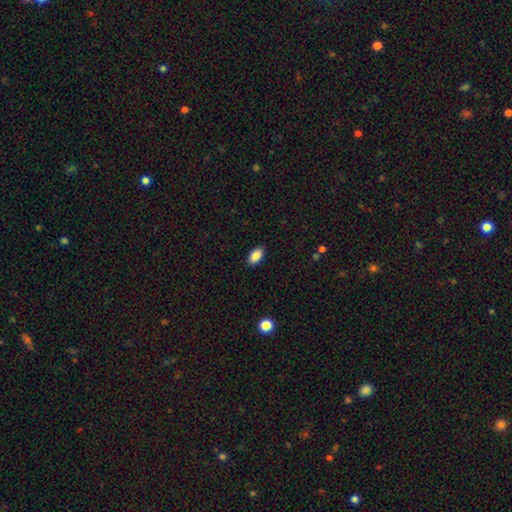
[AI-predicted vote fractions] Morphology: type=smooth (88%); roundness=in between (93%); merging=none (88%).